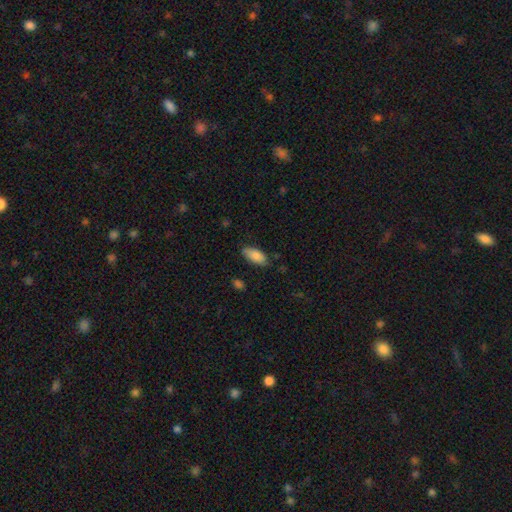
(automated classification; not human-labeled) Smooth or featured? Predicted: smooth (p=0.86). How rounded? Predicted: in between (p=0.87). Merging? Predicted: none (p=0.81).